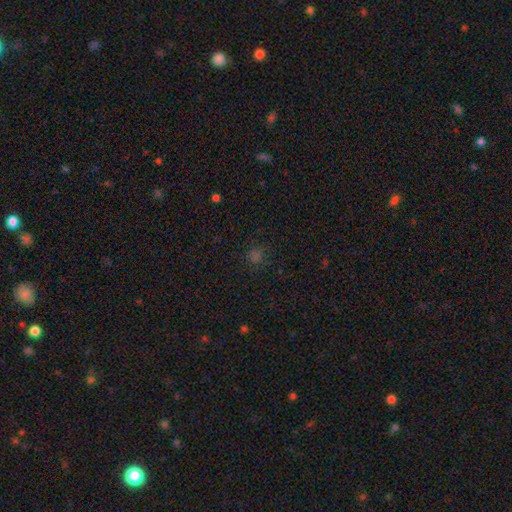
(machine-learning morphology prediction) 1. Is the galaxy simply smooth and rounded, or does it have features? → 59% smooth, 36% star or artifact, 5% featured or disk.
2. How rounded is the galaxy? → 89% round, 10% in between, 1% cigar-shaped.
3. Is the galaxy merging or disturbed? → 87% none, 8% minor disturbance, 3% major disturbance, 2% merger.